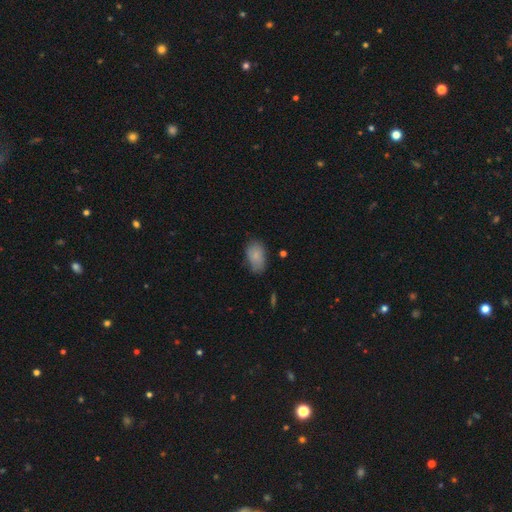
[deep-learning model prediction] smooth_or_featured: smooth (p=0.83) [alt: featured or disk p=0.10]
how_rounded: in between (p=0.91) [alt: round p=0.08]
merging: none (p=0.67) [alt: minor disturbance p=0.25]